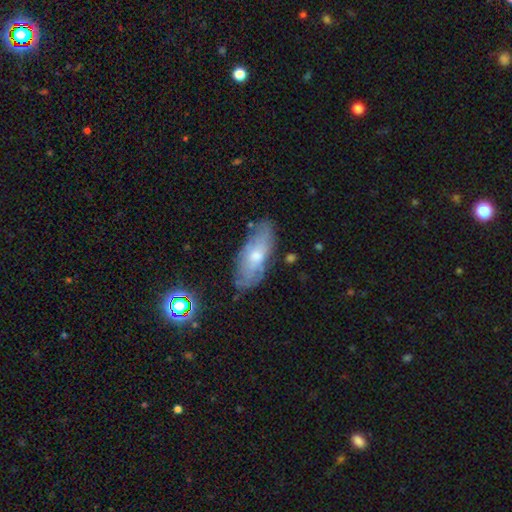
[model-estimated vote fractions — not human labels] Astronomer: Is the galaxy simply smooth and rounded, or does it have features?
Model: smooth — 49% (runner-up: featured or disk, 42%).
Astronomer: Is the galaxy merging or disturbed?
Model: none — 72%.